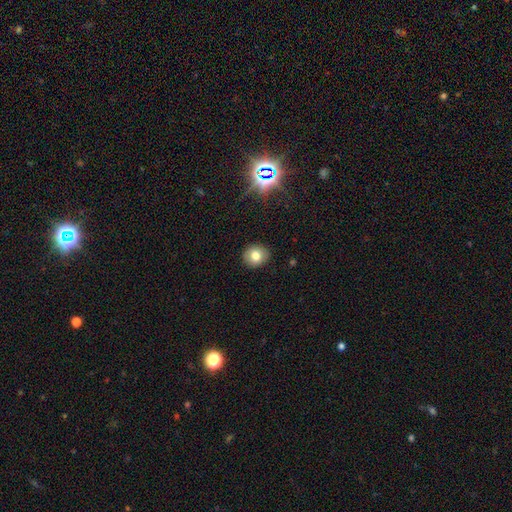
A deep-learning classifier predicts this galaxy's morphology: smooth_or_featured: smooth (p=0.77) [alt: star or artifact p=0.12]
how_rounded: round (p=0.79) [alt: in between p=0.20]
merging: none (p=0.89) [alt: minor disturbance p=0.08]